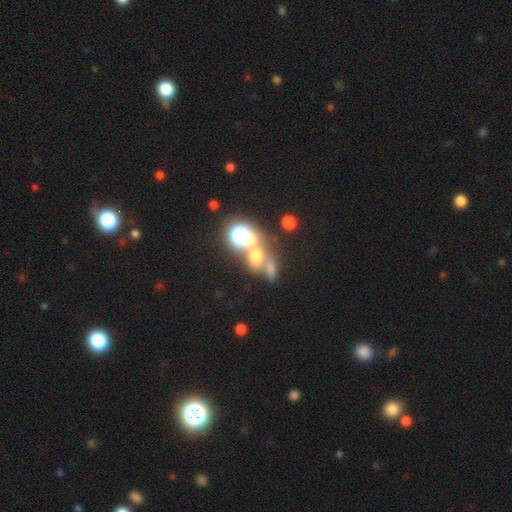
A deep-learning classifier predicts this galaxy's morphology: Smooth or featured: smooth — 50% (star or artifact — 34%)
Merging: merger — 46% (none — 37%)